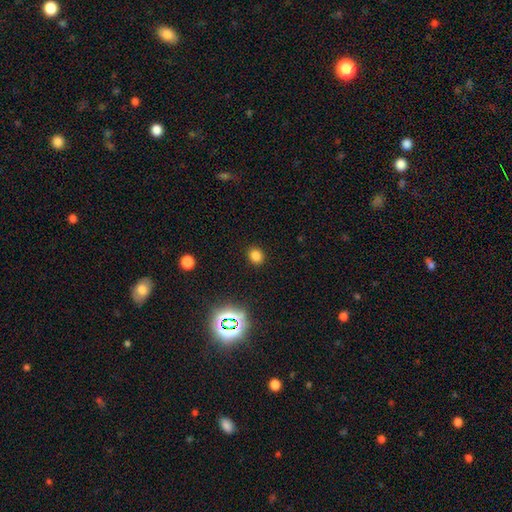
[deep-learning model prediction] Q: Smooth or featured?
A: smooth (79%); runner-up: star or artifact (16%)
Q: How rounded?
A: round (62%); runner-up: in between (37%)
Q: Merging?
A: none (90%); runner-up: minor disturbance (7%)